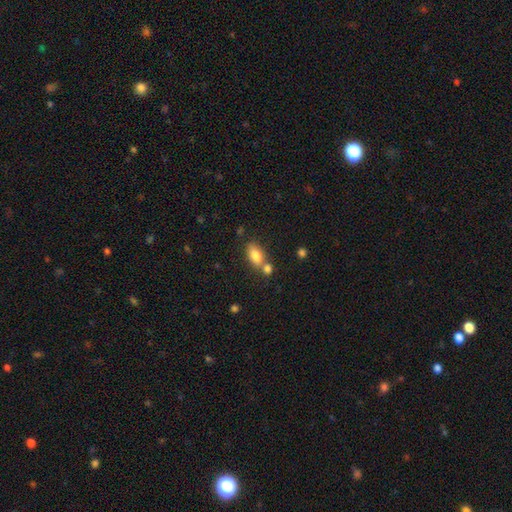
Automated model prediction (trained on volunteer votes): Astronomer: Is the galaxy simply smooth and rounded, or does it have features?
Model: smooth — 81%.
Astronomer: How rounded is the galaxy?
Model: in between — 87%.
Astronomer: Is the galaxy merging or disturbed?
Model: none — 53% (runner-up: merger, 30%).